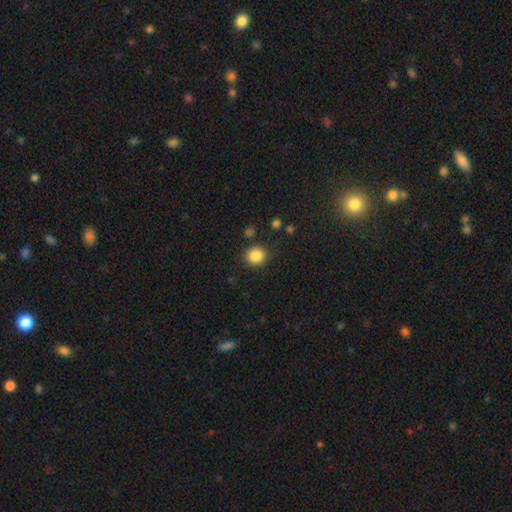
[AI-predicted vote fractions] Smooth or featured? Predicted: smooth (p=0.86). How rounded? Predicted: round (p=0.87). Merging? Predicted: none (p=0.87).